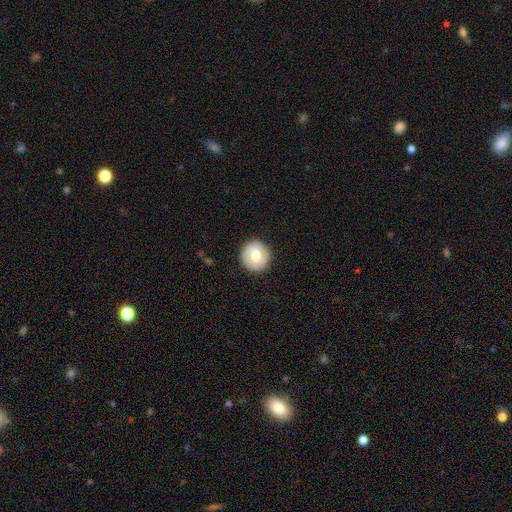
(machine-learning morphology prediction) This appears to be a smooth galaxy with no disk features (62%) that is round (93%). Merging: none (89%).